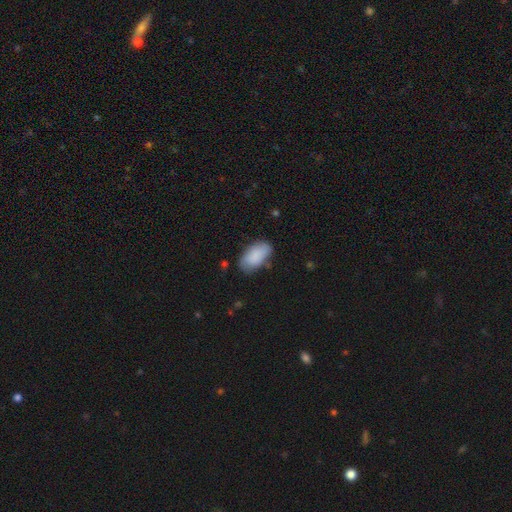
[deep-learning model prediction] Q: Smooth or featured?
A: smooth (86%); runner-up: featured or disk (8%)
Q: How rounded?
A: in between (94%); runner-up: round (3%)
Q: Merging?
A: none (71%); runner-up: minor disturbance (22%)